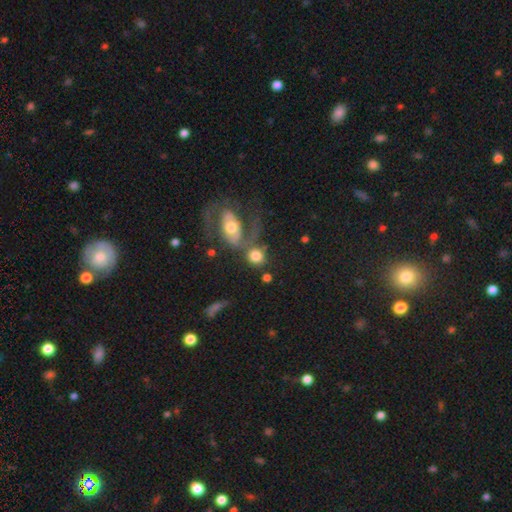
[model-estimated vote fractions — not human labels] This appears to be a smooth galaxy with no disk features (71%) that is round (74%). Merging: none (42%).